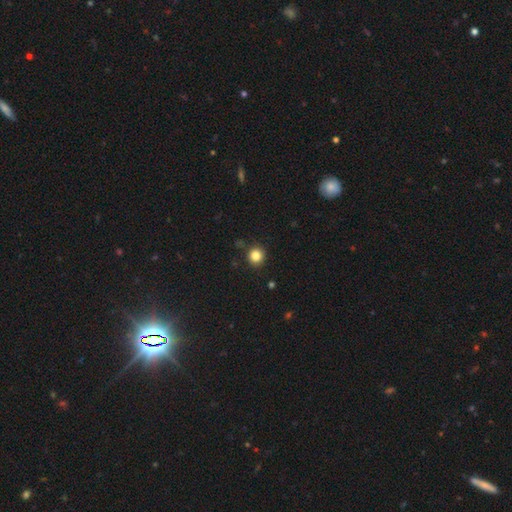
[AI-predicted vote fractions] Smooth or featured? Predicted: smooth (p=0.84). How rounded? Predicted: round (p=0.92). Merging? Predicted: none (p=0.88).